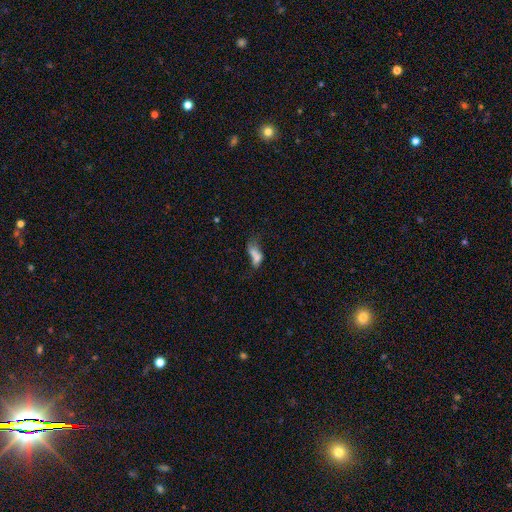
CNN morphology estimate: smooth_or_featured: smooth (p=0.61) [alt: featured or disk p=0.26]
how_rounded: in between (p=0.82) [alt: cigar-shaped p=0.10]
merging: merger (p=0.43) [alt: major disturbance p=0.25]